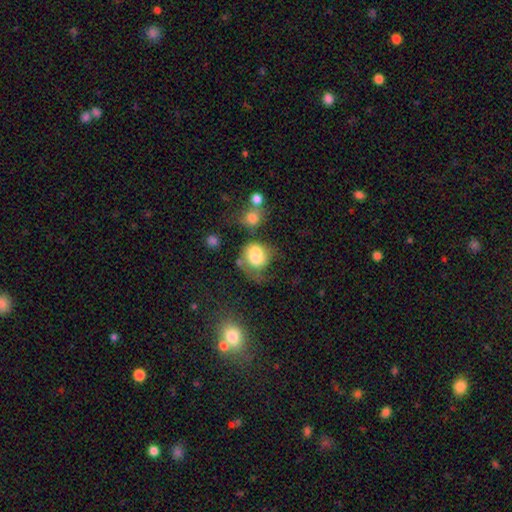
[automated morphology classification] This appears to be a smooth galaxy with no disk features (69%) that is round (60%). Merging: major disturbance (29%).